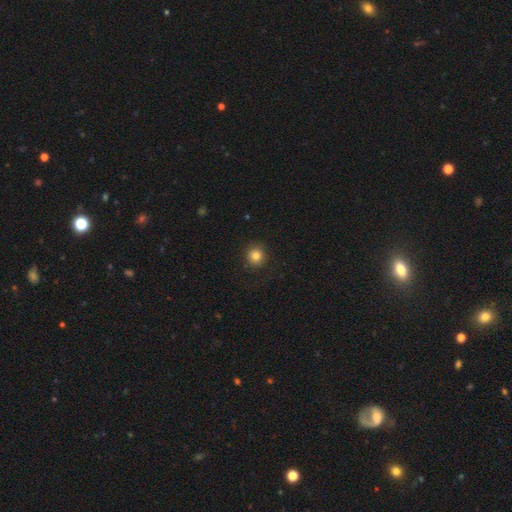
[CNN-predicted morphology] Smooth or featured? smooth (83%)
How rounded? round (92%)
Merging? none (90%)